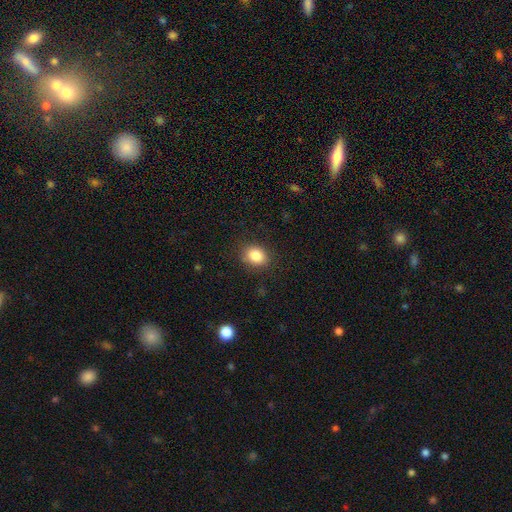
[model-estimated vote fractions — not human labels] Overall: smooth (85%). How rounded: in between (53%; round 46%). Merging: none (84%).